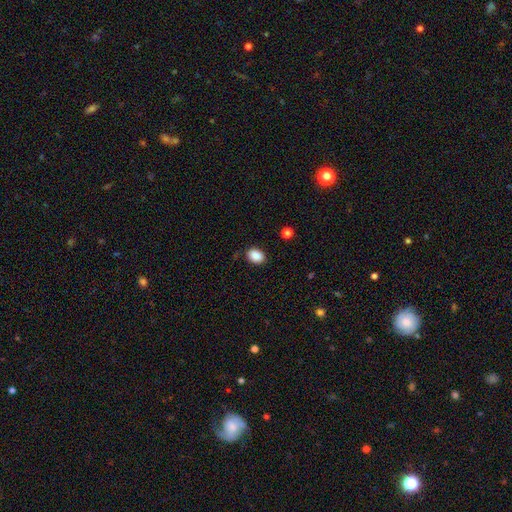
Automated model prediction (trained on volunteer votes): smooth 89%, star or artifact 8%, featured or disk 3%. Down the decision tree: how rounded — in between (74%); merging — none (85%).